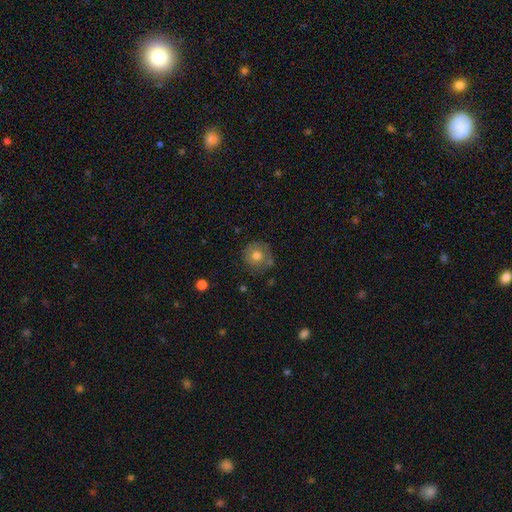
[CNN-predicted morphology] smooth 67%, featured or disk 21%, star or artifact 12%. Down the decision tree: how rounded — round (93%); merging — none (80%).